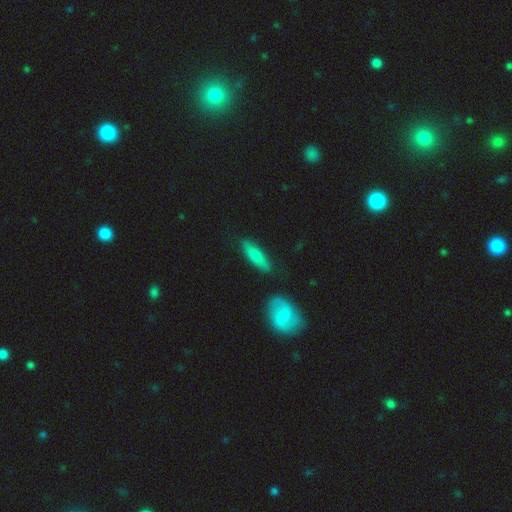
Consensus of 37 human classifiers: Smooth or featured: smooth — 54% (featured or disk — 41%)
How rounded: cigar-shaped — 65% (in between — 35%)
Merging: none — 83% (minor disturbance — 14%)